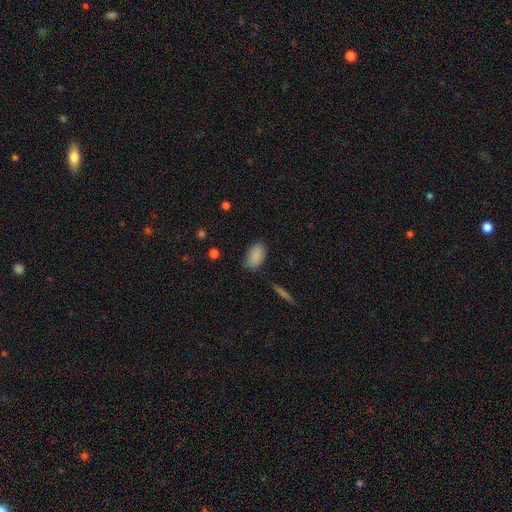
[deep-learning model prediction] smooth 87%, star or artifact 8%, featured or disk 6%. Down the decision tree: how rounded — in between (92%); merging — none (73%).